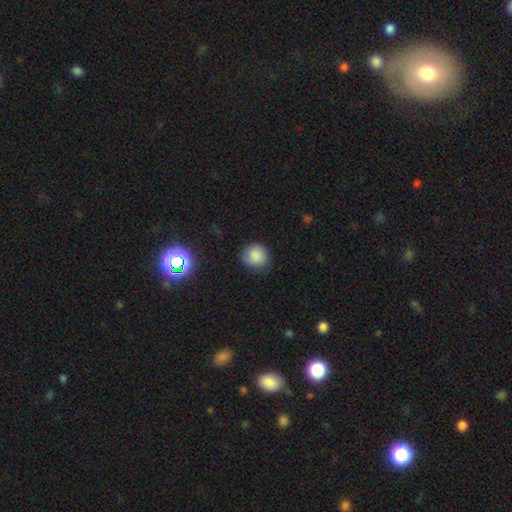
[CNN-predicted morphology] Q: Smooth or featured?
A: smooth (84%); runner-up: star or artifact (11%)
Q: How rounded?
A: round (89%); runner-up: in between (10%)
Q: Merging?
A: none (83%); runner-up: minor disturbance (13%)